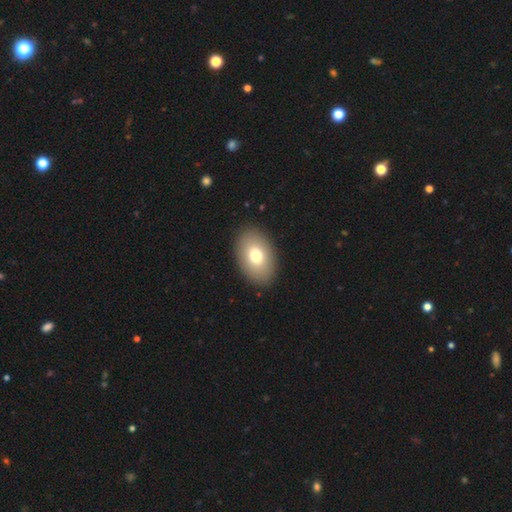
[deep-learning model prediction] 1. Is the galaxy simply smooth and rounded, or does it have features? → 76% smooth, 16% featured or disk, 8% star or artifact.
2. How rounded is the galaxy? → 87% in between, 12% round, 1% cigar-shaped.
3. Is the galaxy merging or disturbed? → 89% none, 7% minor disturbance, 2% major disturbance, 1% merger.